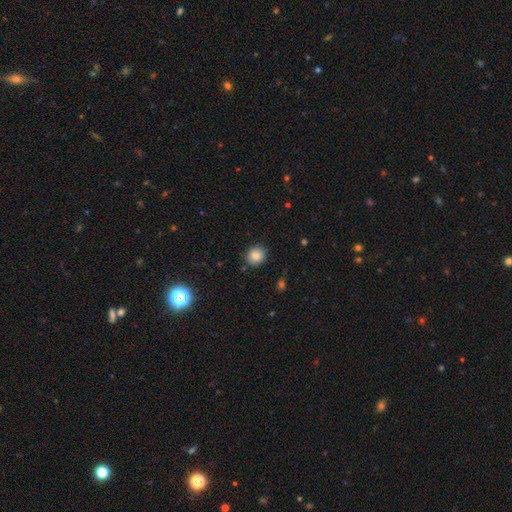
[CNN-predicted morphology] This is clearly a smooth galaxy (83%). How rounded: clearly round (84%). Merging: clearly none (87%).